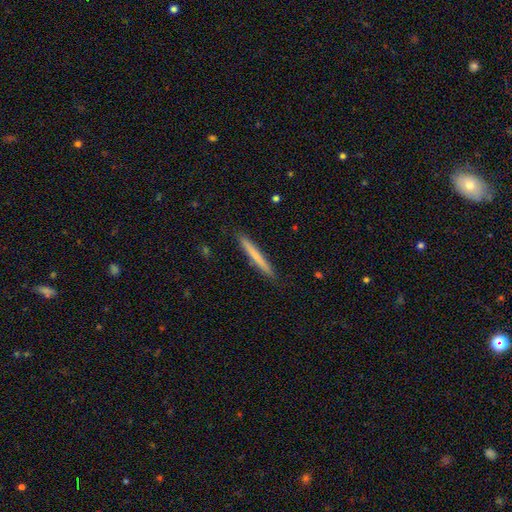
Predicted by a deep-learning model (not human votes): Morphology: type=smooth (68%); roundness=cigar-shaped (97%); merging=none (91%).